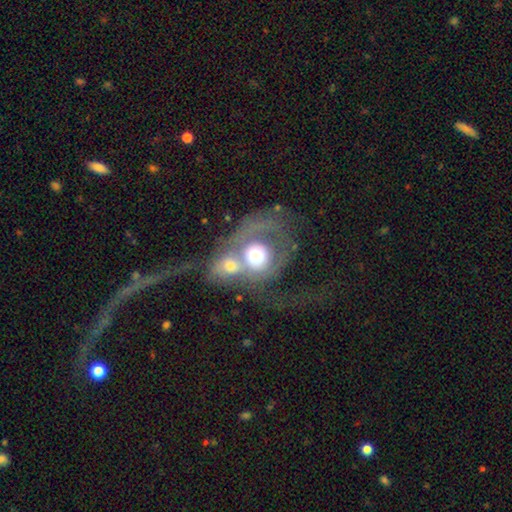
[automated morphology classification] Smooth or featured? Predicted: featured or disk (p=0.50). Edge-on disk? Predicted: no (p=0.96). Merging? Predicted: merger (p=0.69).